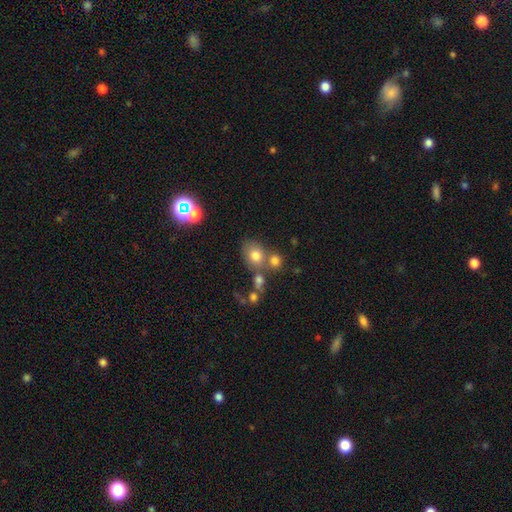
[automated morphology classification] smooth-or-featured: smooth: 74% | featured or disk: 14% | star or artifact: 13%
  how-rounded: round: 50% | in between: 49% | cigar-shaped: 1%
  merging: none: 49% | merger: 32% | minor disturbance: 13% | major disturbance: 6%